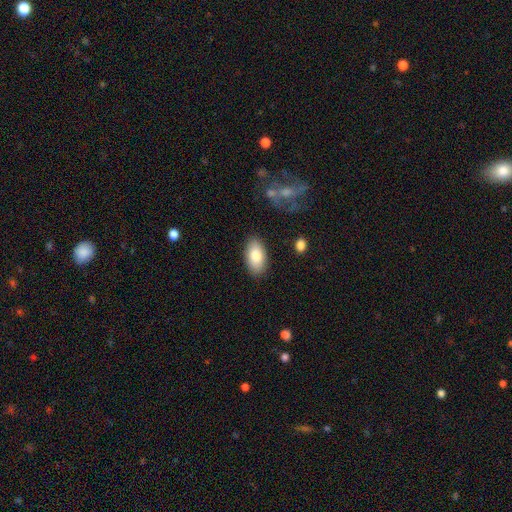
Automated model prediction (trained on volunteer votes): Morphology: type=smooth (83%); roundness=in between (94%); merging=none (86%).